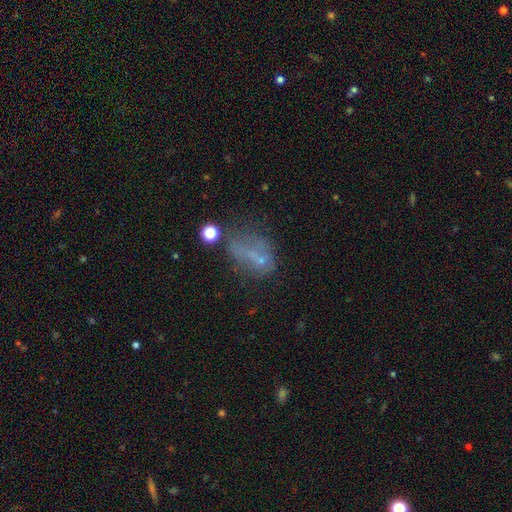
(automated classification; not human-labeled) smooth 40%, featured or disk 34%, star or artifact 26%. Down the decision tree: merging — major disturbance (33%).